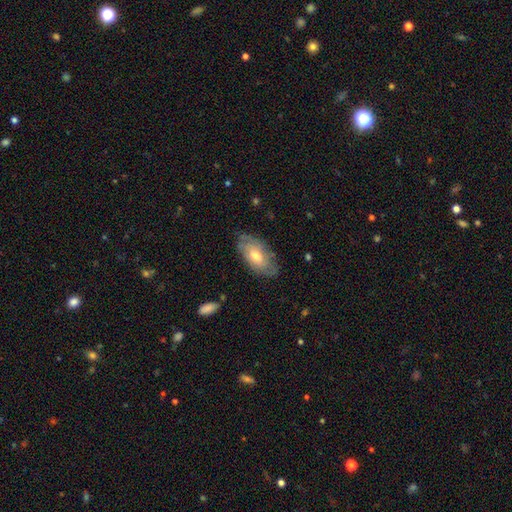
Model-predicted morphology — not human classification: This is possibly a smooth galaxy (50%). How rounded: clearly in between (91%). Merging: likely none (74%).